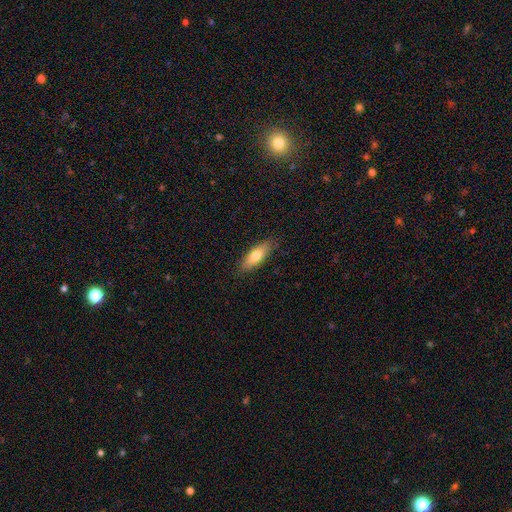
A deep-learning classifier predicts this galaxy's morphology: smooth 73%, featured or disk 21%, star or artifact 6%. Down the decision tree: how rounded — in between (60%); merging — none (86%).